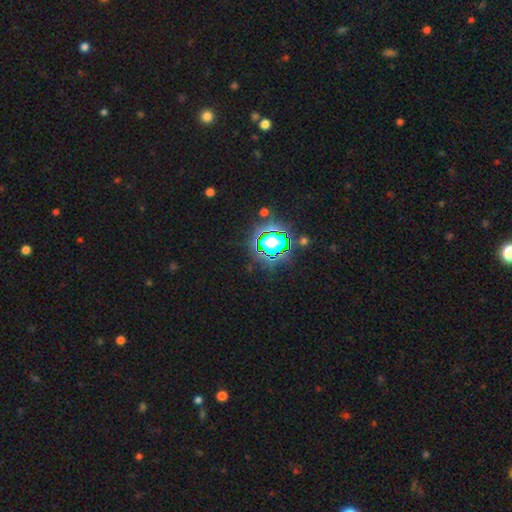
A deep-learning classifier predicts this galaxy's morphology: Q: Smooth or featured?
A: star or artifact (81%); runner-up: smooth (12%)